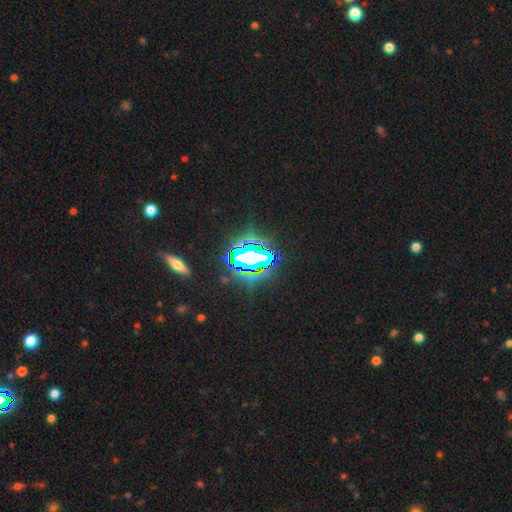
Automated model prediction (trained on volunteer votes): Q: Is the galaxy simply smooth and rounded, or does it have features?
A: star or artifact — 73%.